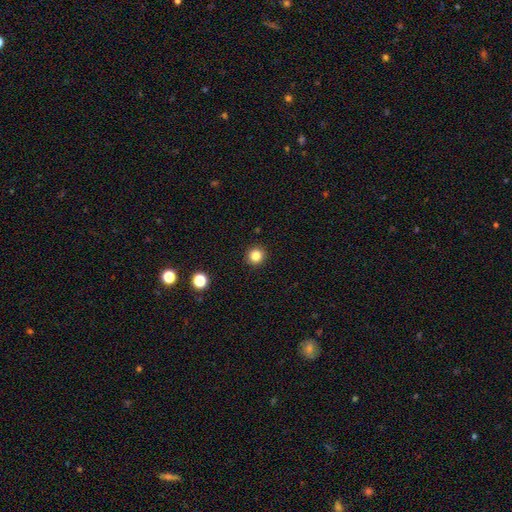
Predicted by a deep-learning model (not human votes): Smooth or featured: smooth — 83% (star or artifact — 12%)
How rounded: round — 95% (in between — 4%)
Merging: none — 93% (minor disturbance — 5%)